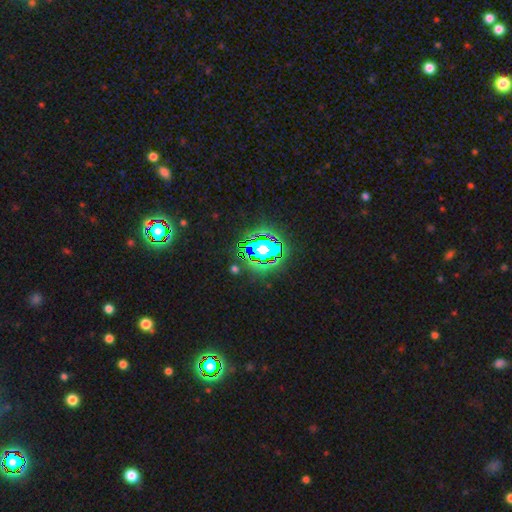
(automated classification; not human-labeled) This appears to be a star or artifact, not a galaxy (80%).